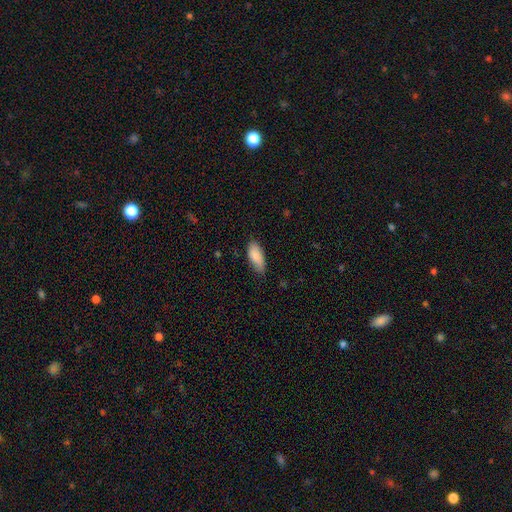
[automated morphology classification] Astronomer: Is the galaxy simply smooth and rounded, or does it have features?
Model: smooth — 87%.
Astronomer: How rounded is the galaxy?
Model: in between — 85%.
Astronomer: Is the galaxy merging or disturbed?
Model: none — 75%.